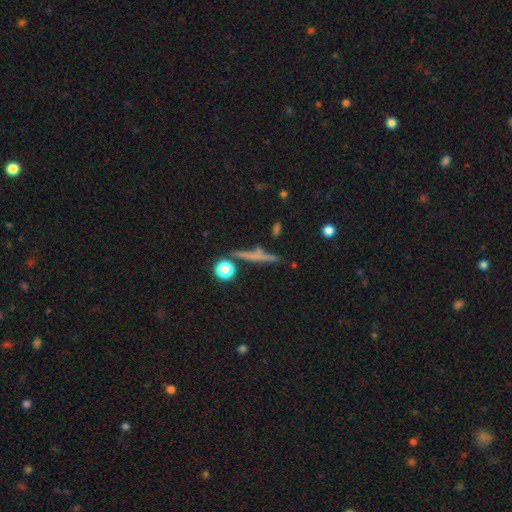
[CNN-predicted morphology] Overall: smooth (46%; featured or disk 42%). Merging: none (75%).